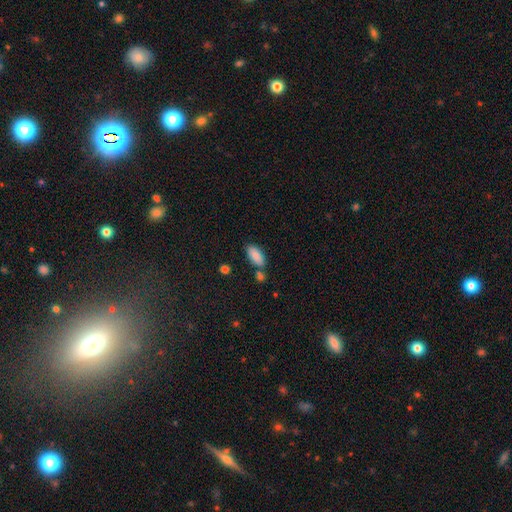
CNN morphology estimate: Overall: smooth (87%). How rounded: in between (88%). Merging: none (71%).